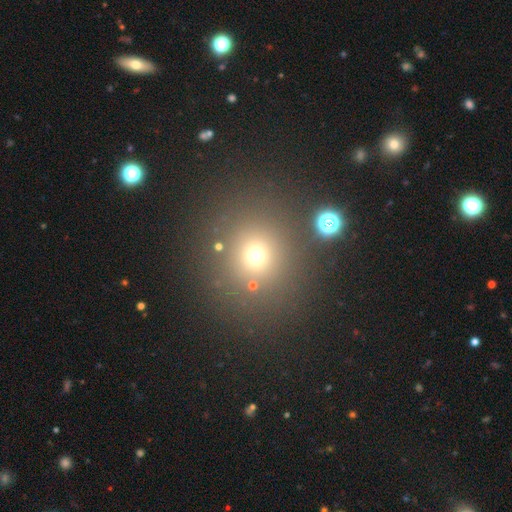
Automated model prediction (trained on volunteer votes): Smooth or featured? smooth (67%)
How rounded? round (88%)
Merging? none (82%)